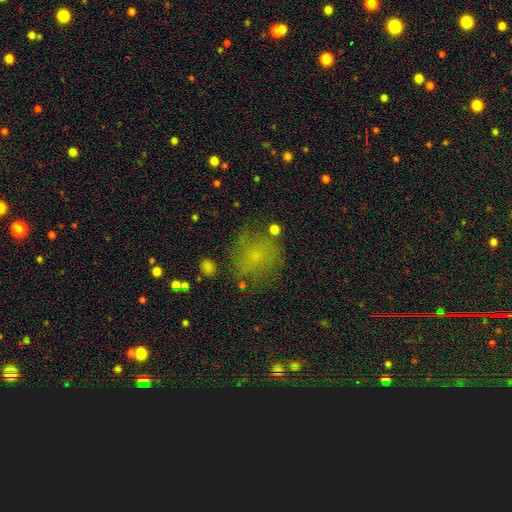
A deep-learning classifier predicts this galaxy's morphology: Smooth or featured: smooth — 60% (star or artifact — 21%)
How rounded: round — 77% (in between — 21%)
Merging: none — 67% (minor disturbance — 19%)